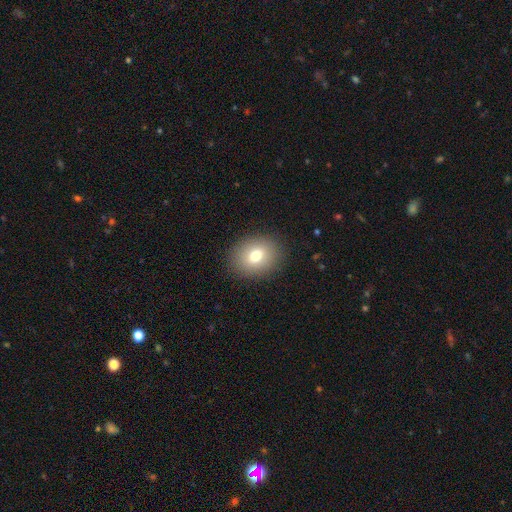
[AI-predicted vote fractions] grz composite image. It shows a smooth galaxy with no disk features (76%) that is in between round and cigar-shaped (50%). Merging: none (88%).